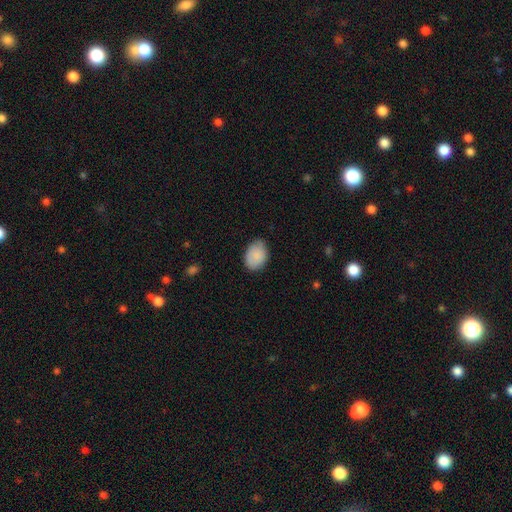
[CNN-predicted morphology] This appears to be a smooth galaxy with no disk features (87%) that is in between round and cigar-shaped (79%). Merging: none (75%).